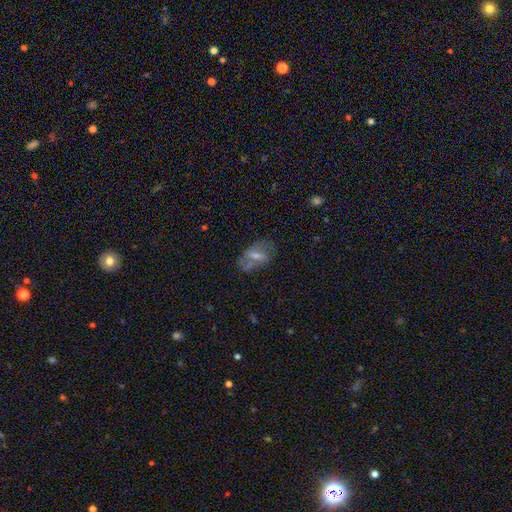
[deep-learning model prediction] Smooth or featured? featured or disk (55%)
Edge-on disk? no (90%)
Merging? none (63%)